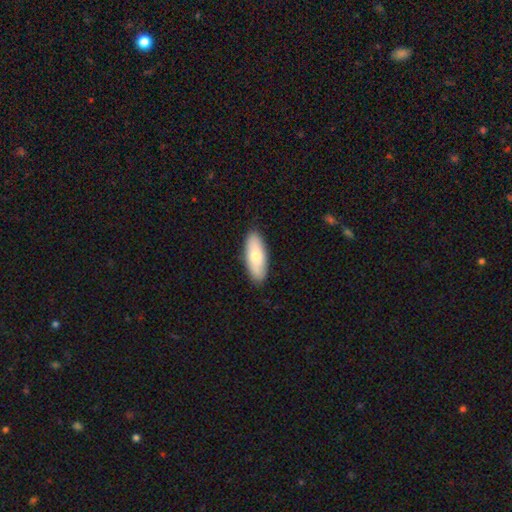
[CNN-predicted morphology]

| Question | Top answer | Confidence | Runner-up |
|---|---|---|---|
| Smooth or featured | smooth | 73% | featured or disk (22%) |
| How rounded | in between | 72% | cigar-shaped (25%) |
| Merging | none | 88% | minor disturbance (9%) |